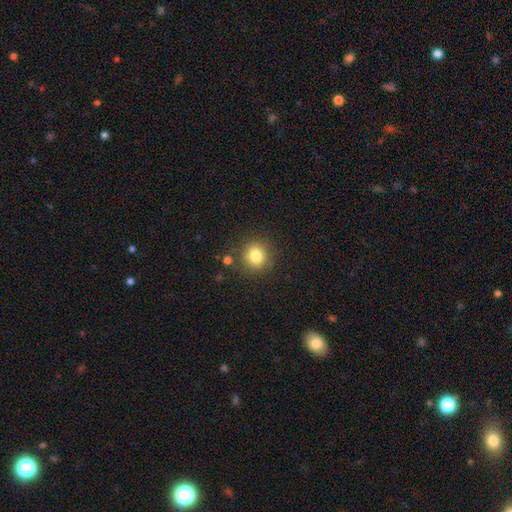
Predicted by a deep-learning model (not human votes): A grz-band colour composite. It shows a smooth galaxy with no disk features (80%) that is round (87%). Merging: none (84%).